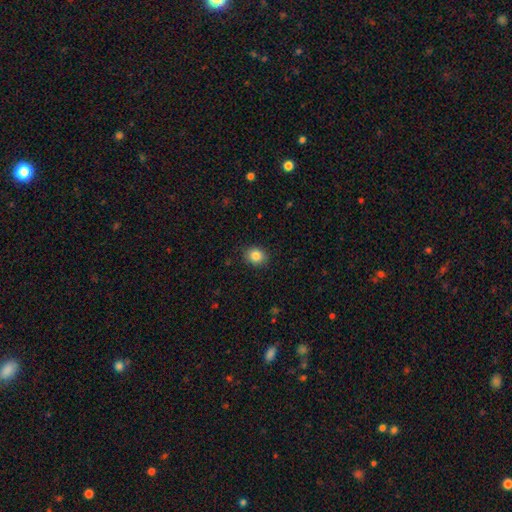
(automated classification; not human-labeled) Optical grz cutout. It shows a smooth galaxy with no disk features (85%) that is round (69%). Merging: none (89%).